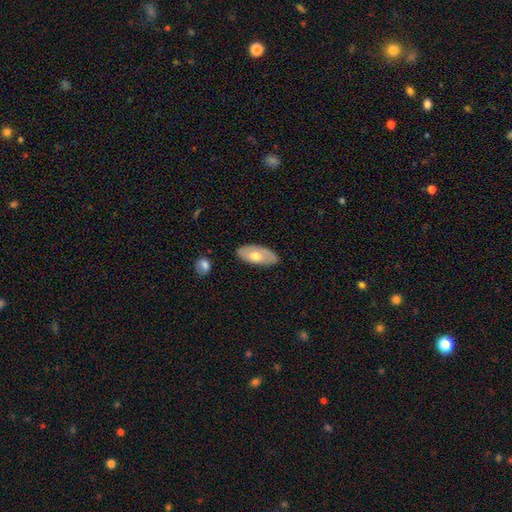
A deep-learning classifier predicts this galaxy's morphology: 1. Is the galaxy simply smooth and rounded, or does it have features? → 58% smooth, 37% featured or disk, 6% star or artifact.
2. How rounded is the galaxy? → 91% in between, 6% cigar-shaped, 3% round.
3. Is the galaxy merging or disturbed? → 81% none, 15% minor disturbance, 3% major disturbance, 2% merger.